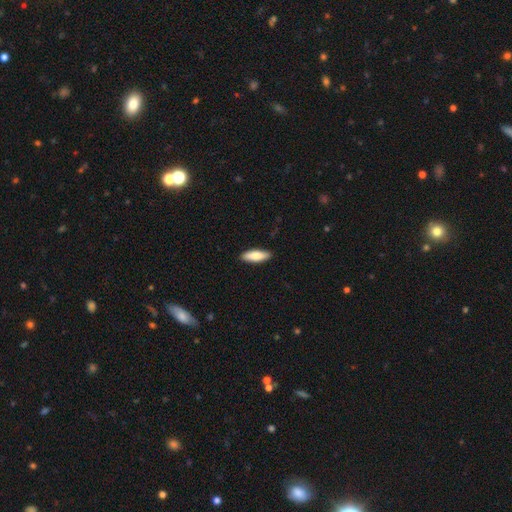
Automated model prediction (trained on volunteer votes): Smooth or featured? Predicted: smooth (p=0.81). How rounded? Predicted: in between (p=0.54). Merging? Predicted: none (p=0.90).